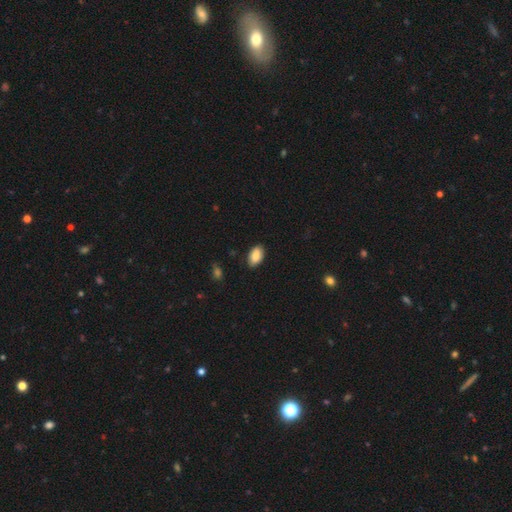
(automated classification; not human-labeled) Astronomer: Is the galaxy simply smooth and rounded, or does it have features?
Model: smooth — 87%.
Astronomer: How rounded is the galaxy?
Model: in between — 94%.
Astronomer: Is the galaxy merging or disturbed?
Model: none — 85%.